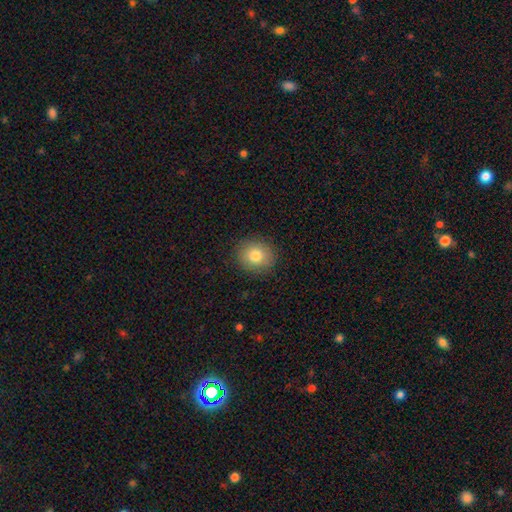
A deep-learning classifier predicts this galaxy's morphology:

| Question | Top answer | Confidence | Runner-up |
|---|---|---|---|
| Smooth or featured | smooth | 80% | star or artifact (10%) |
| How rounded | round | 80% | in between (19%) |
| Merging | none | 89% | minor disturbance (8%) |